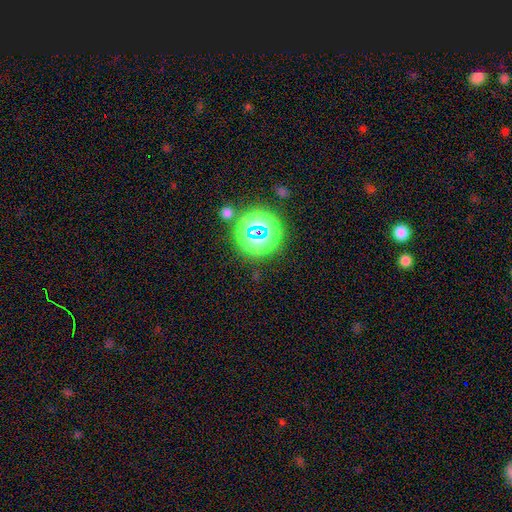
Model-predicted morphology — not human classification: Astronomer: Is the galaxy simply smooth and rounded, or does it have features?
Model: star or artifact — 76%.